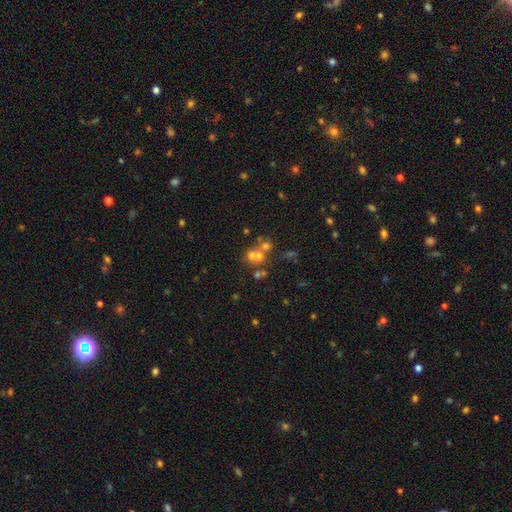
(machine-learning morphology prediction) Smooth or featured? smooth (52%)
How rounded? round (80%)
Merging? merger (52%)